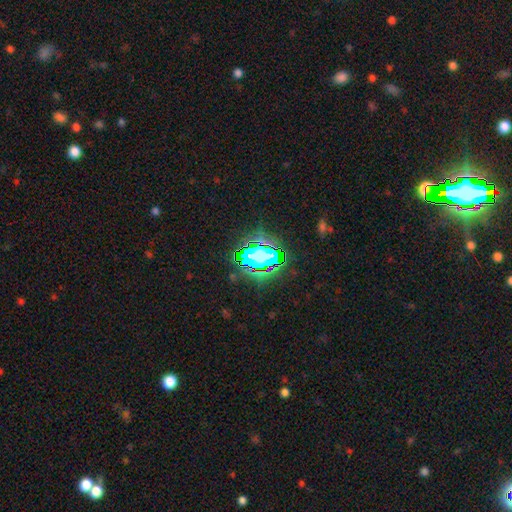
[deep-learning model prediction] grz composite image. It shows a star or artifact, not a galaxy (70%).